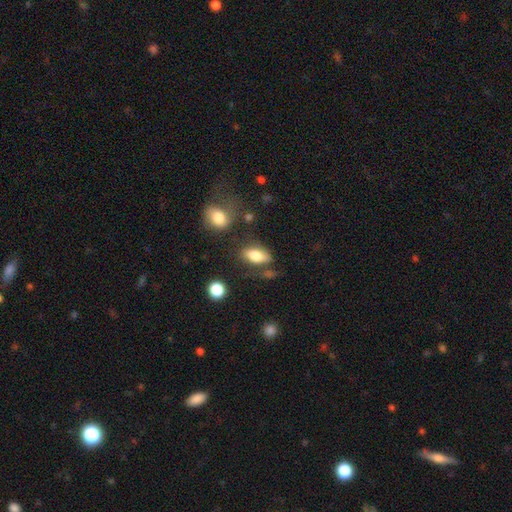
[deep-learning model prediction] Overall: smooth (78%). How rounded: in between (88%). Merging: none (65%).